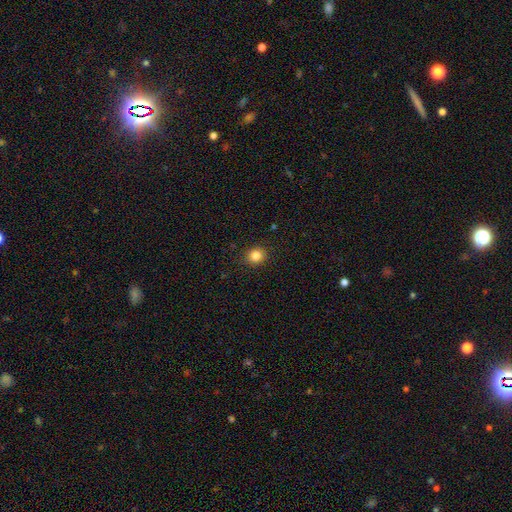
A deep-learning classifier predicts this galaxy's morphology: smooth 84%, star or artifact 11%, featured or disk 5%. Down the decision tree: how rounded — round (82%); merging — none (90%).